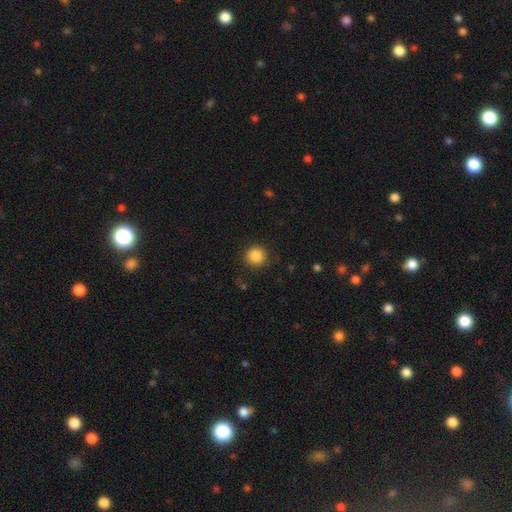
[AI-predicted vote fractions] Overall: smooth (86%). How rounded: round (94%). Merging: none (89%).